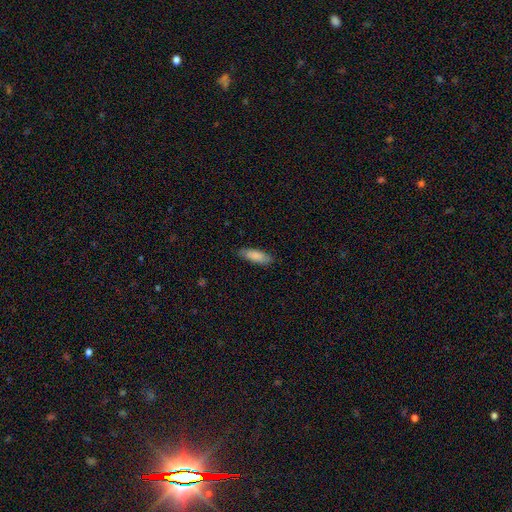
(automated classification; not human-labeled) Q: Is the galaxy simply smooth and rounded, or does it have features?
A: smooth — 85%.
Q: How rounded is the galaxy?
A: in between — 56%.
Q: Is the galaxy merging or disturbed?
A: none — 83%.